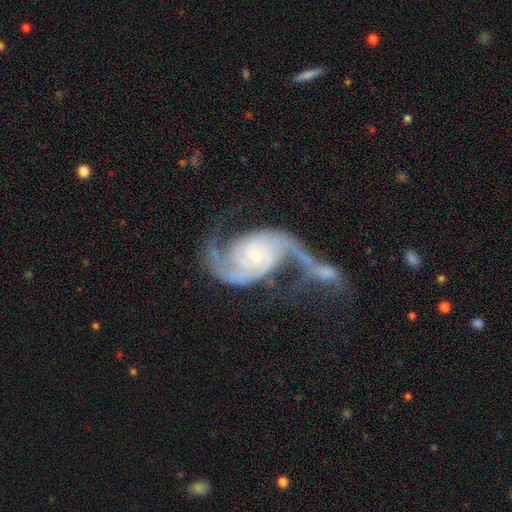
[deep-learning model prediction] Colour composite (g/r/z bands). It shows a featured or disk galaxy (91%) with no bar (64%), 2 (90%) medium (46%) spiral arms (98%) and a small central bulge (74%). Merging: none (34%).